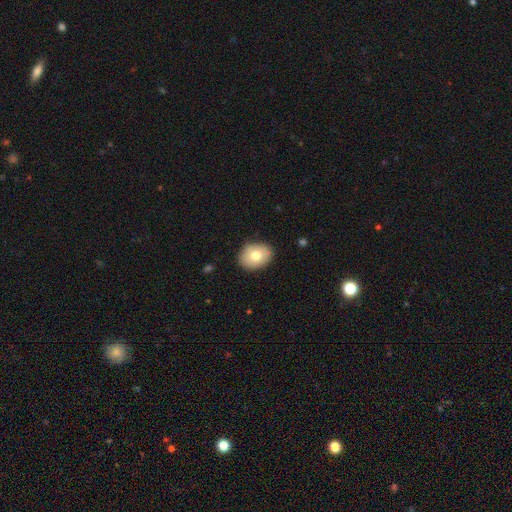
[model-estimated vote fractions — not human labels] Smooth or featured?
  - smooth: 75% *
  - featured or disk: 17%
  - star or artifact: 7%
How rounded?
  - in between: 67% *
  - round: 32%
  - cigar-shaped: 1%
Merging?
  - none: 86% *
  - minor disturbance: 11%
  - major disturbance: 2%
  - merger: 1%